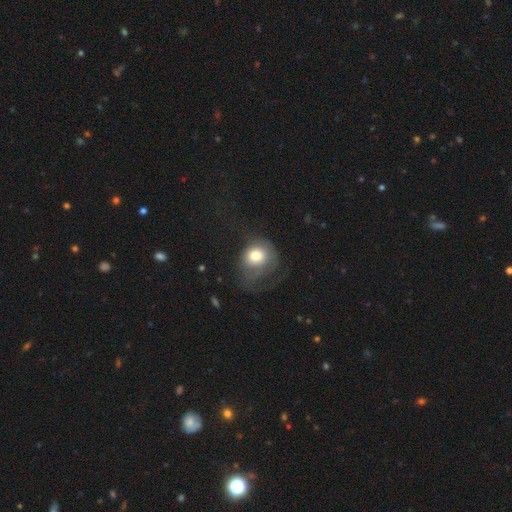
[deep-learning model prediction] smooth_or_featured: smooth (p=0.70) [alt: featured or disk p=0.21]
how_rounded: round (p=0.73) [alt: in between p=0.26]
merging: major disturbance (p=0.41) [alt: none p=0.34]